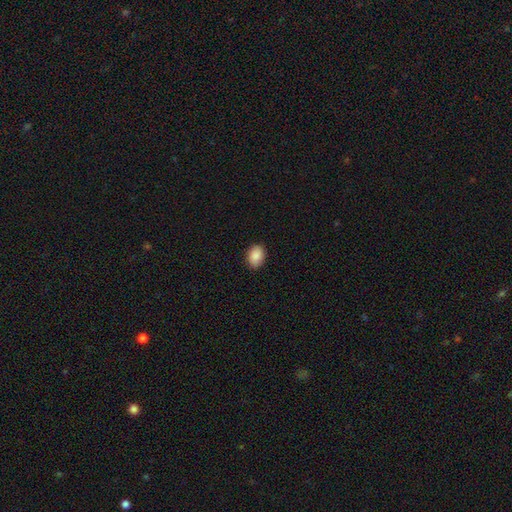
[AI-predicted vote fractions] The model was most divided on "how rounded": in between: 77%, round: 22%, cigar-shaped: 1%. More confident: smooth or featured — smooth (89%); merging — none (89%).